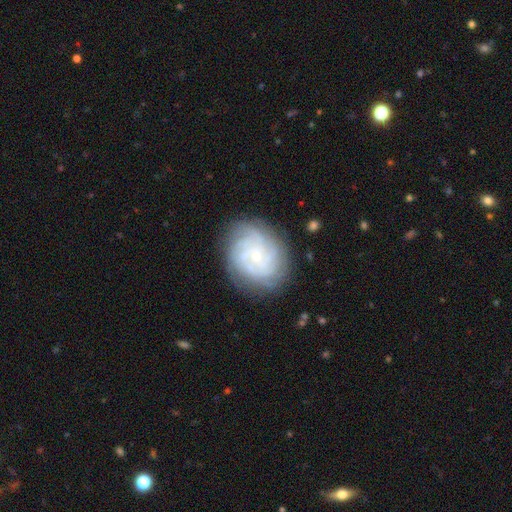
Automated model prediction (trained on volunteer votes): Smooth or featured? Predicted: featured or disk (p=0.77). Edge-on disk? Predicted: no (p=0.98). Bar? Predicted: no (p=0.77). Spiral arms? Predicted: yes (p=0.95). Spiral winding? Predicted: tight (p=0.76). Spiral arm count? Predicted: can't tell (p=0.30). Bulge size? Predicted: small (p=0.81). Merging? Predicted: none (p=0.81).